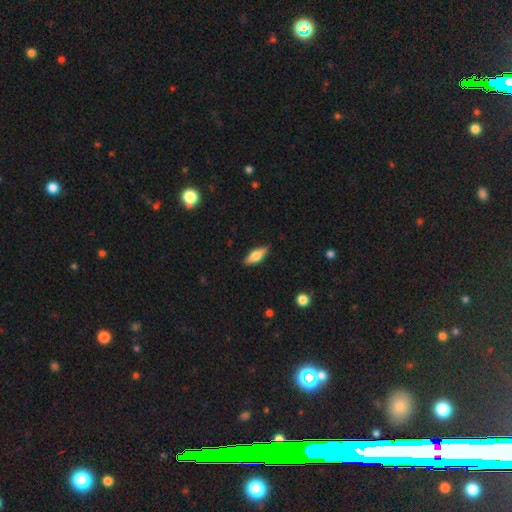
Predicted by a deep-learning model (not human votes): The model was most divided on "smooth or featured": smooth: 55%, featured or disk: 38%, star or artifact: 7%. More confident: merging — none (87%); how rounded — in between (65%).